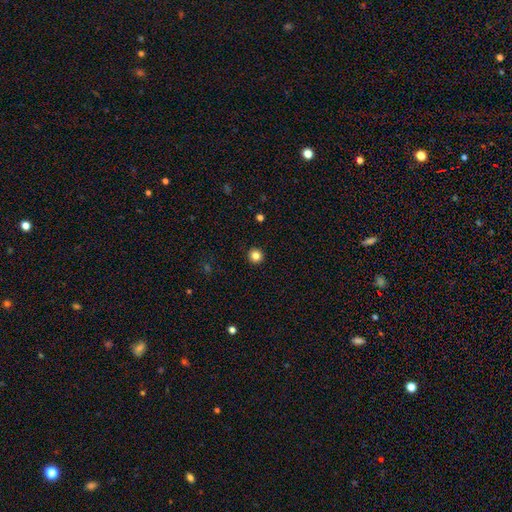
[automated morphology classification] smooth-or-featured: smooth: 84% | star or artifact: 11% | featured or disk: 5%
  how-rounded: round: 96% | in between: 3% | cigar-shaped: 1%
  merging: none: 93% | minor disturbance: 4% | major disturbance: 1% | merger: 1%